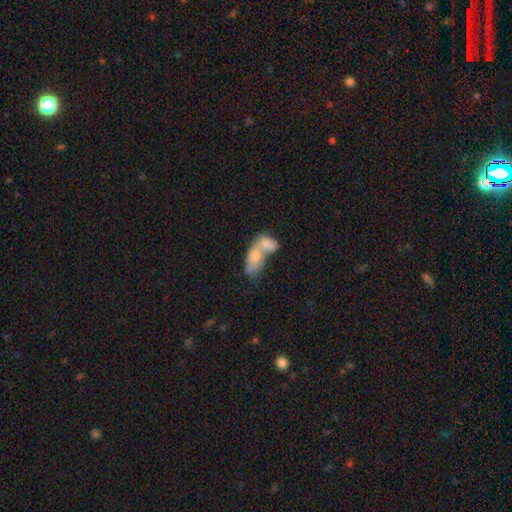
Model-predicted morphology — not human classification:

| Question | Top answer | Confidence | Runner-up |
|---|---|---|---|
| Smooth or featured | smooth | 55% | featured or disk (31%) |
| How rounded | in between | 80% | round (13%) |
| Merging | merger | 65% | none (21%) |